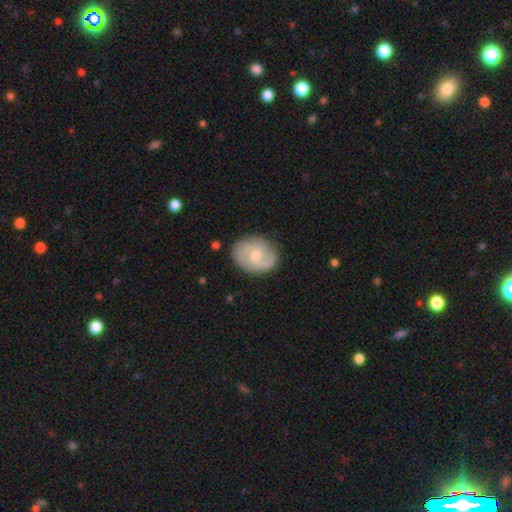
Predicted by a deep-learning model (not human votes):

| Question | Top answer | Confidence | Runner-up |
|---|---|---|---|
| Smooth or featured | featured or disk | 66% | smooth (28%) |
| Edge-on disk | no | 97% | yes (3%) |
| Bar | no | 51% | weak (43%) |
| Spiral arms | yes | 90% | no (10%) |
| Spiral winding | medium | 46% | tight (31%) |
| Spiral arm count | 2 | 70% | can't tell (14%) |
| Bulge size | small | 50% | moderate (43%) |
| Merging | none | 77% | minor disturbance (17%) |